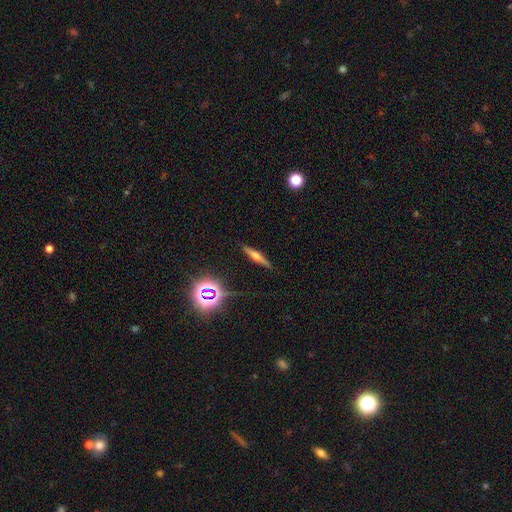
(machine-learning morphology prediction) Q: Smooth or featured?
A: featured or disk (51%); runner-up: smooth (34%)
Q: Edge-on disk?
A: yes (95%); runner-up: no (5%)
Q: Merging?
A: none (87%); runner-up: minor disturbance (9%)